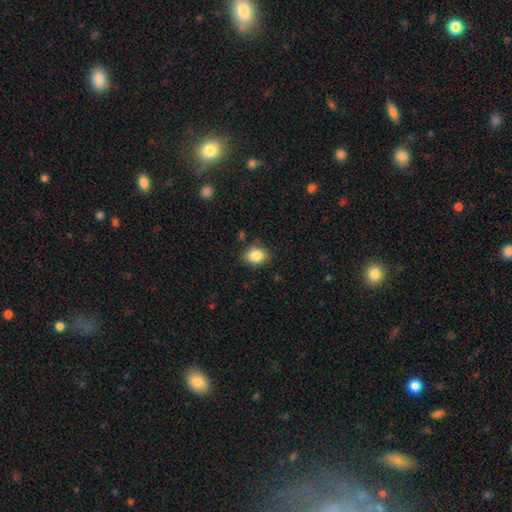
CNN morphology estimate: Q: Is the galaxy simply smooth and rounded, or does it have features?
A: smooth — 85%.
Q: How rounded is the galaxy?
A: in between — 51%.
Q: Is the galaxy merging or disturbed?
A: none — 82%.